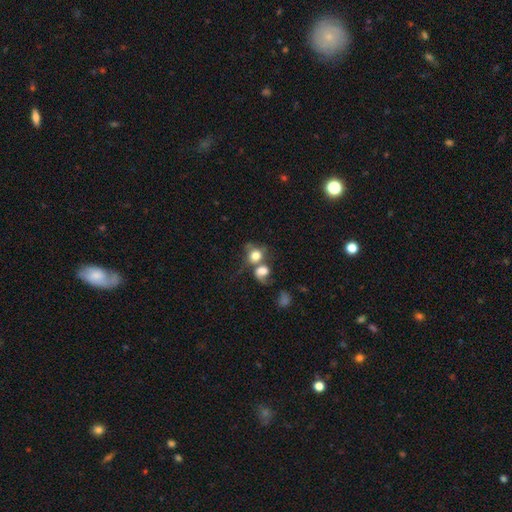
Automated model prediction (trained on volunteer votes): smooth-or-featured: smooth: 70% | featured or disk: 19% | star or artifact: 10%
  how-rounded: round: 64% | in between: 35% | cigar-shaped: 1%
  merging: merger: 61% | none: 20% | major disturbance: 11% | minor disturbance: 8%